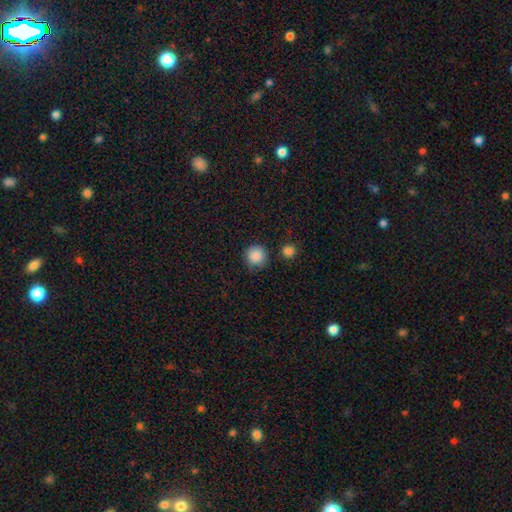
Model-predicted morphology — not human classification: The model was most divided on "merging": none: 81%, minor disturbance: 12%, merger: 4%, major disturbance: 3%. More confident: how rounded — round (94%); smooth or featured — smooth (87%).